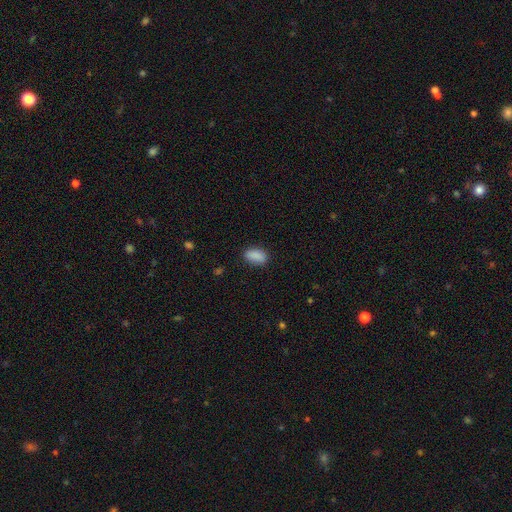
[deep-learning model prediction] Smooth or featured? Predicted: smooth (p=0.89). How rounded? Predicted: in between (p=0.91). Merging? Predicted: none (p=0.84).